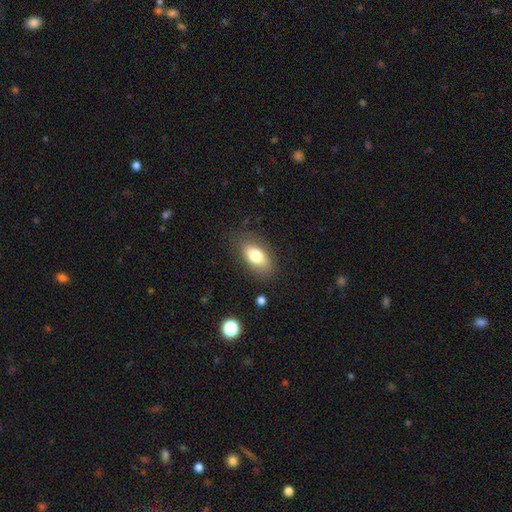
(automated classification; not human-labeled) Smooth or featured: smooth — 77% (featured or disk — 15%)
How rounded: in between — 90% (round — 6%)
Merging: none — 80% (minor disturbance — 14%)